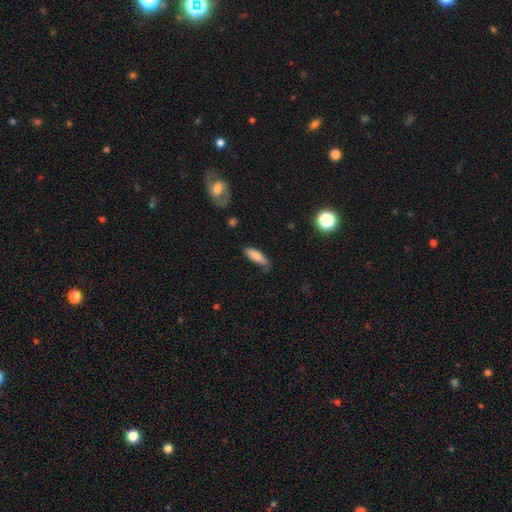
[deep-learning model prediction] This appears to be a smooth galaxy with no disk features (81%) that is in between round and cigar-shaped (54%). Merging: none (68%).